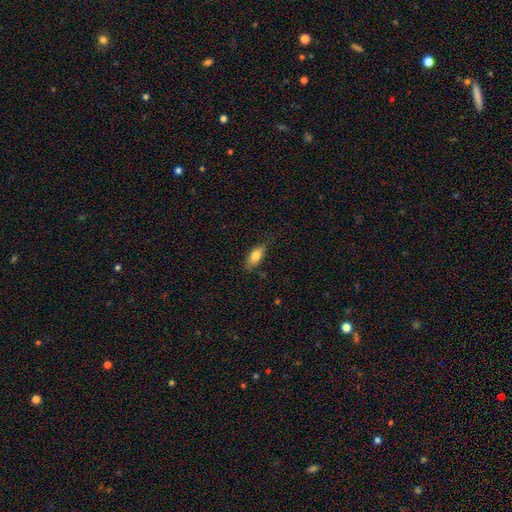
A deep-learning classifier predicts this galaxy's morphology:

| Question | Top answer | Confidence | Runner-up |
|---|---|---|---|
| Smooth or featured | smooth | 79% | featured or disk (14%) |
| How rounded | in between | 80% | cigar-shaped (17%) |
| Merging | none | 76% | minor disturbance (19%) |